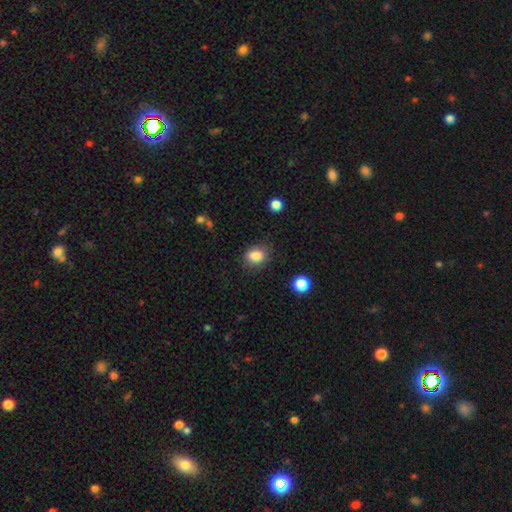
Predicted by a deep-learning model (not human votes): smooth-or-featured: smooth: 84% | star or artifact: 10% | featured or disk: 6%
  how-rounded: in between: 51% | round: 48% | cigar-shaped: 1%
  merging: none: 82% | minor disturbance: 13% | major disturbance: 4% | merger: 2%